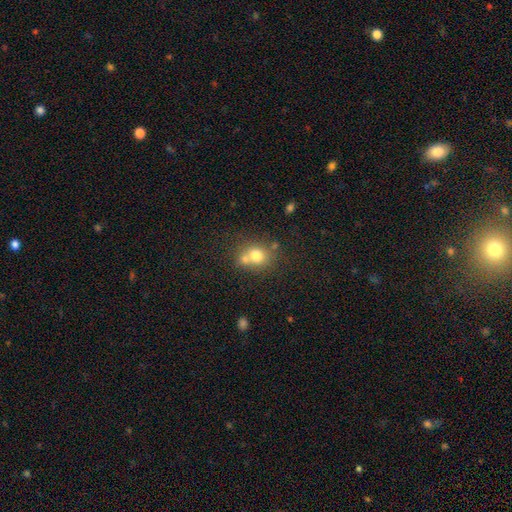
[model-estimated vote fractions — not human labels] smooth-or-featured: smooth: 73% | featured or disk: 15% | star or artifact: 12%
  how-rounded: round: 68% | in between: 31% | cigar-shaped: 1%
  merging: none: 44% | merger: 41% | minor disturbance: 11% | major disturbance: 4%